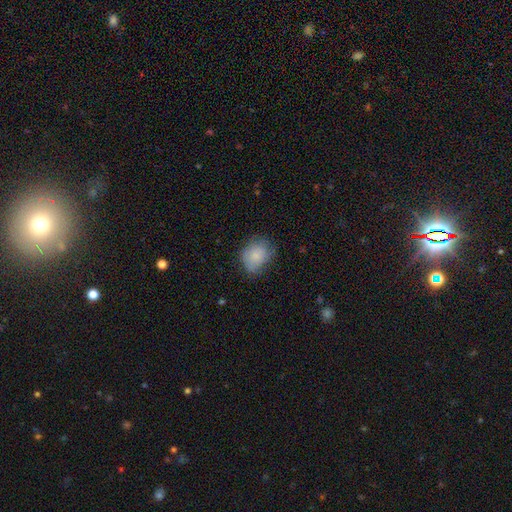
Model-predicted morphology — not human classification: A smooth galaxy with no disk features (79%) that is round (53%).

Vote fractions:
- Smooth or featured? smooth: 79% / featured or disk: 13% / star or artifact: 8%
- How rounded? round: 53% / in between: 46% / cigar-shaped: 1%
- Merging? none: 57% / minor disturbance: 32% / major disturbance: 10% / merger: 2%